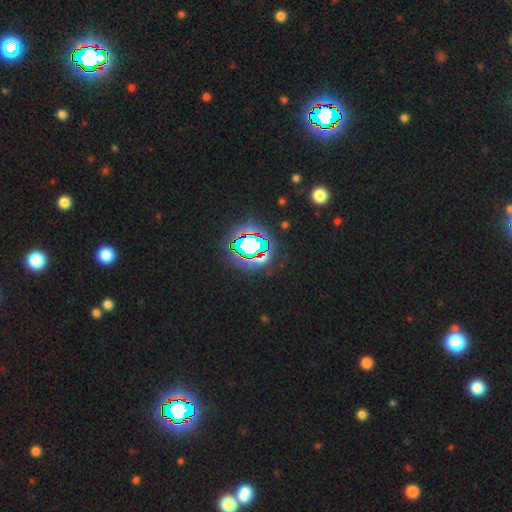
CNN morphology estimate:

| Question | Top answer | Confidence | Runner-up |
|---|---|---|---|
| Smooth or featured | star or artifact | 82% | smooth (11%) |